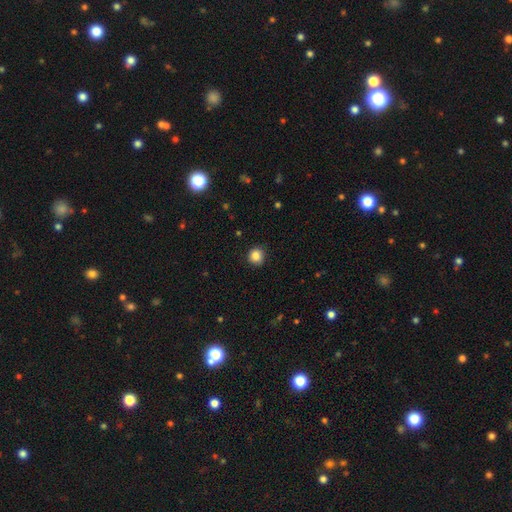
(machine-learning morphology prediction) This is clearly a smooth galaxy (86%). How rounded: clearly round (90%). Merging: clearly none (89%).